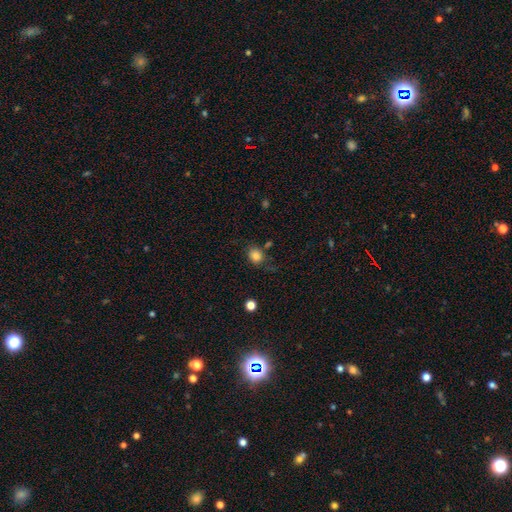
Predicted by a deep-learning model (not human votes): A smooth galaxy with no disk features (83%) that is round (58%). Merging: none (69%).